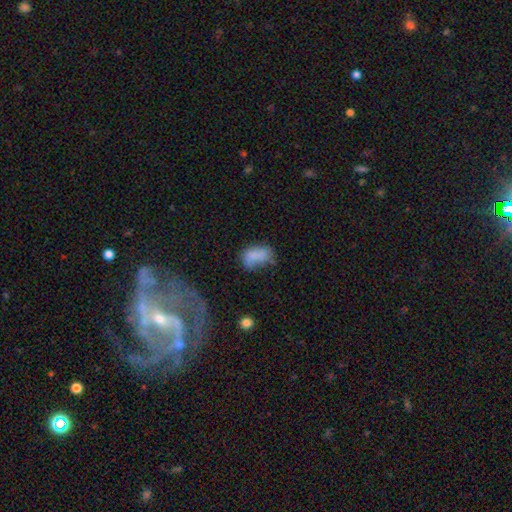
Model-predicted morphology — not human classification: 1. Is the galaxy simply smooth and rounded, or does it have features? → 75% smooth, 14% featured or disk, 10% star or artifact.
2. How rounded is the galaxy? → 89% in between, 8% round, 3% cigar-shaped.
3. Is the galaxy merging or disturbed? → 44% none, 32% minor disturbance, 17% major disturbance, 7% merger.